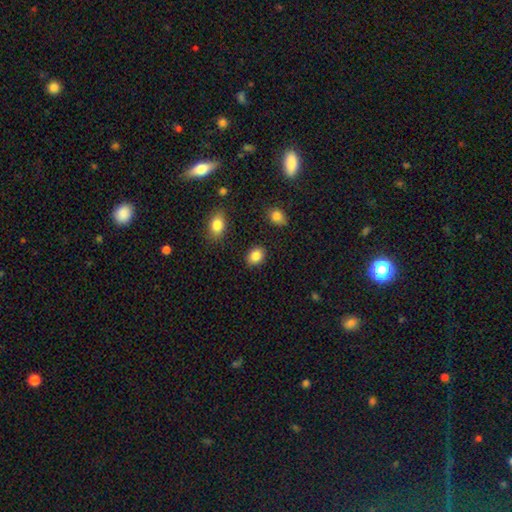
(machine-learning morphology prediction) smooth-or-featured: smooth: 86% | star or artifact: 9% | featured or disk: 5%
  how-rounded: in between: 57% | round: 42% | cigar-shaped: 1%
  merging: none: 87% | minor disturbance: 8% | major disturbance: 2% | merger: 2%